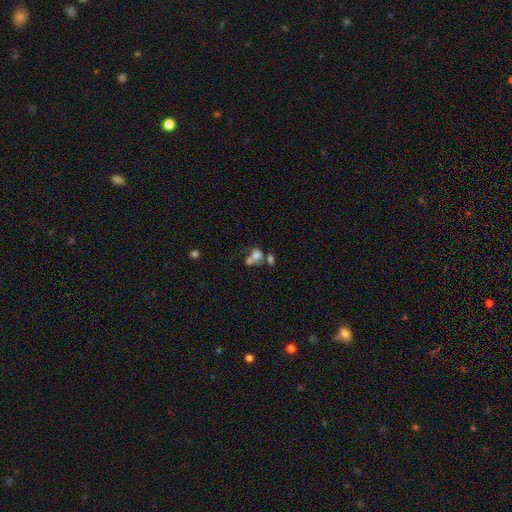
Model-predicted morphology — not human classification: The model was most divided on "how rounded": in between: 55%, round: 43%, cigar-shaped: 2%. More confident: smooth or featured — smooth (65%); merging — merger (53%).